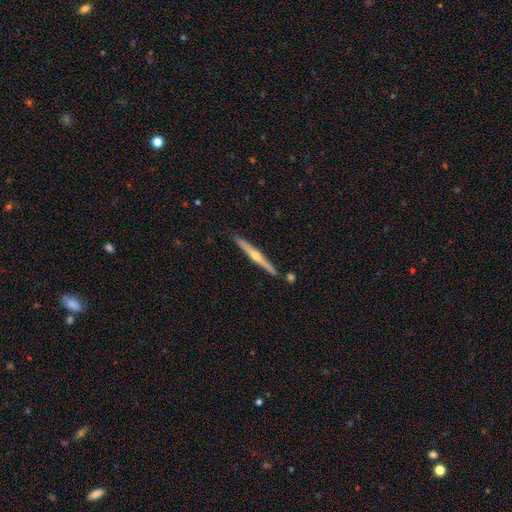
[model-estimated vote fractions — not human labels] The model was most divided on "smooth or featured": featured or disk: 75%, smooth: 20%, star or artifact: 5%. More confident: edge-on disk — yes (98%); edge-on bulge — rounded (89%); merging — none (89%).